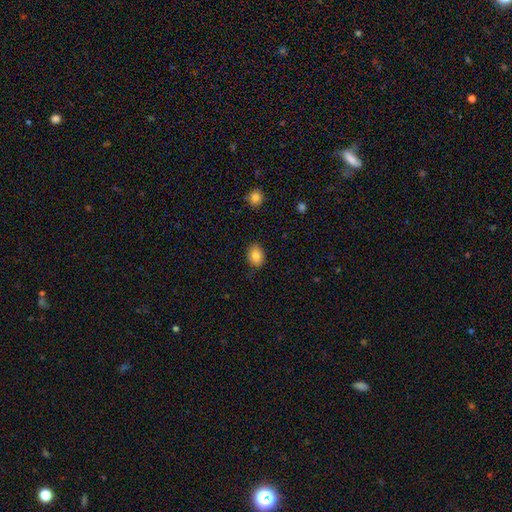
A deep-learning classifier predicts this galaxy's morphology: The model was most divided on "how rounded": in between: 62%, round: 37%, cigar-shaped: 1%. More confident: merging — none (84%); smooth or featured — smooth (84%).